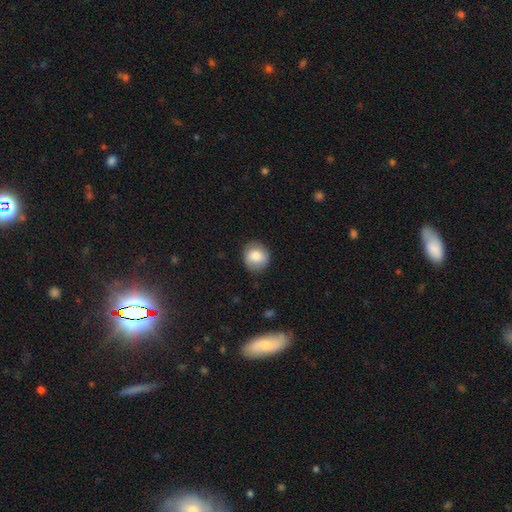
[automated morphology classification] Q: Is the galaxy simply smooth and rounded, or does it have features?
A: smooth — 81%.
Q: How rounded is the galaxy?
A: round — 85%.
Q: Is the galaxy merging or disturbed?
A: none — 84%.